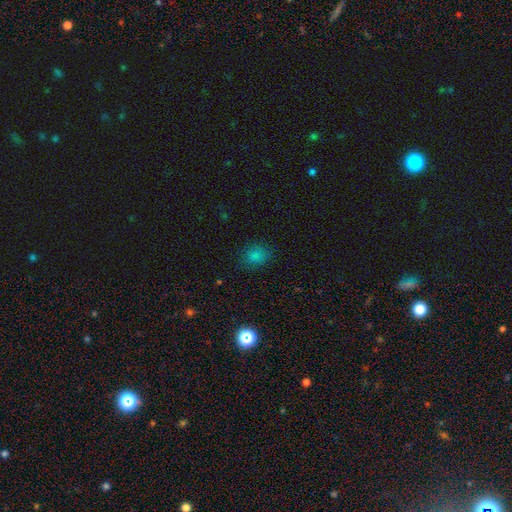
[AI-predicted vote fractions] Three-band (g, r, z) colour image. It shows a smooth galaxy with no disk features (80%) that is round (51%). Merging: none (82%).